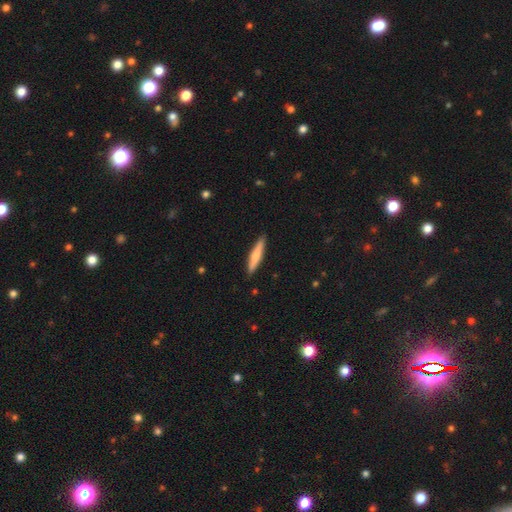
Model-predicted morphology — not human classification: This is likely a smooth galaxy (67%). How rounded: clearly cigar-shaped (90%). Merging: clearly none (90%).